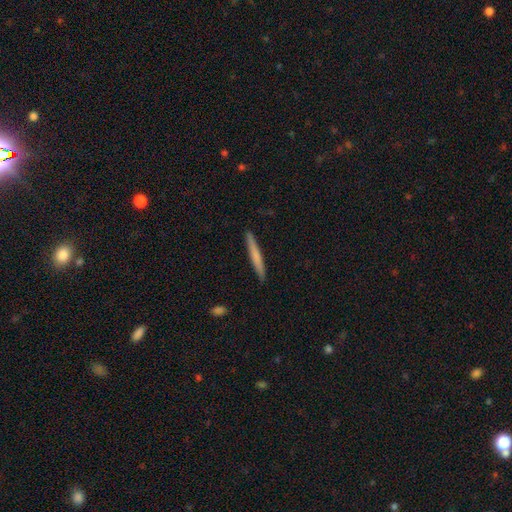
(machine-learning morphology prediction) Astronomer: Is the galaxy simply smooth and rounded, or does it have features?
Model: smooth — 64%.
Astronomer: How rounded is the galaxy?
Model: cigar-shaped — 97%.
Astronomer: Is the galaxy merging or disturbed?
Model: none — 91%.